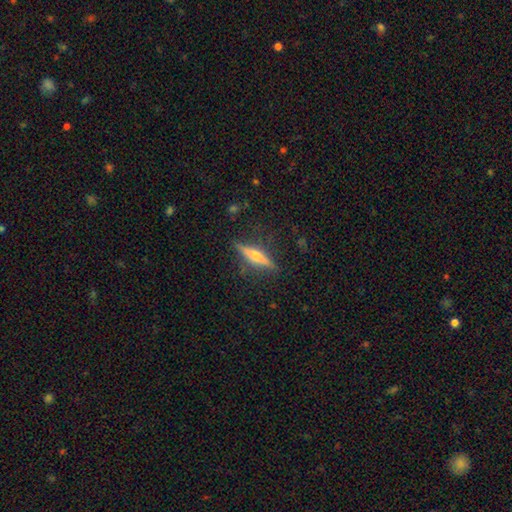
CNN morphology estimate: type=featured or disk (69%); edge-on=yes (96%); edge-on bulge=rounded (89%); merging=none (86%).